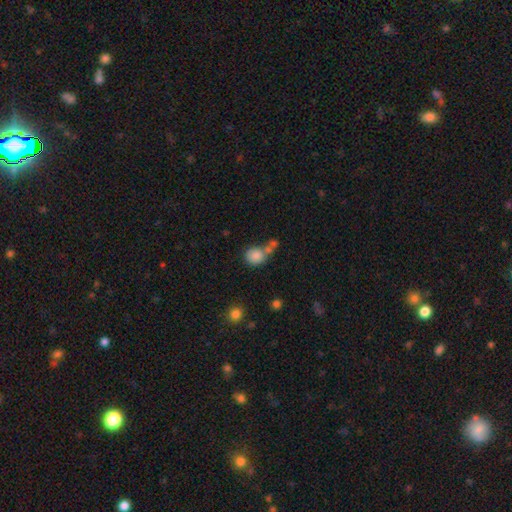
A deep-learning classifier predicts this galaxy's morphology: type=smooth (83%); roundness=round (80%); merging=none (49%).